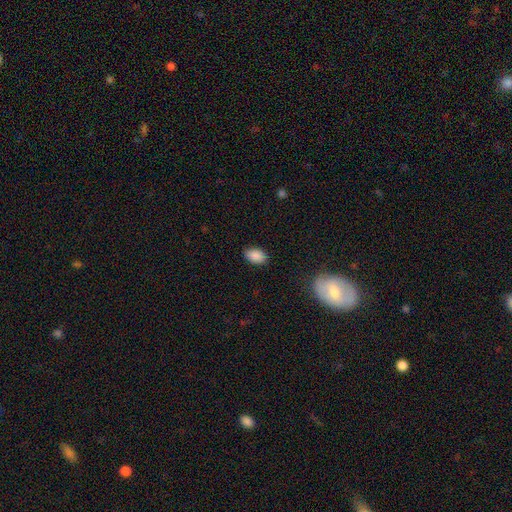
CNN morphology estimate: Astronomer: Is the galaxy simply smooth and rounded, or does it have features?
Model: smooth — 88%.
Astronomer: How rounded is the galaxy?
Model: in between — 89%.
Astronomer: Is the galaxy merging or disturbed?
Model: none — 87%.